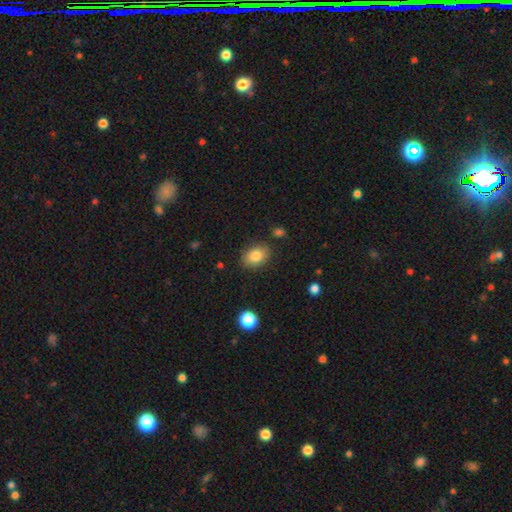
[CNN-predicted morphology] Overall: smooth (83%). How rounded: in between (73%). Merging: none (84%).